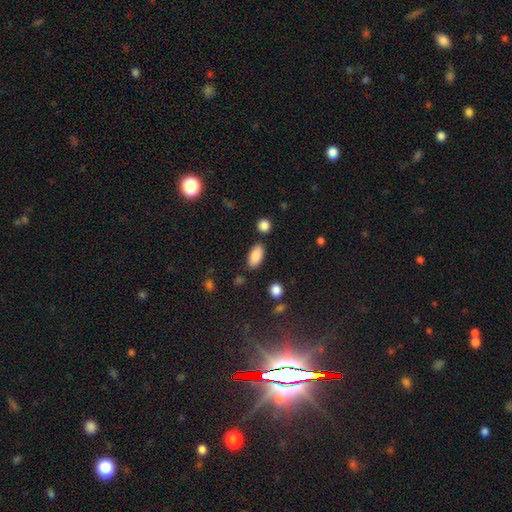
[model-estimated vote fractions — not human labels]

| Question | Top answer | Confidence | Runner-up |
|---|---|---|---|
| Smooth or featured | smooth | 87% | star or artifact (7%) |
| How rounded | in between | 91% | cigar-shaped (6%) |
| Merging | none | 82% | minor disturbance (11%) |